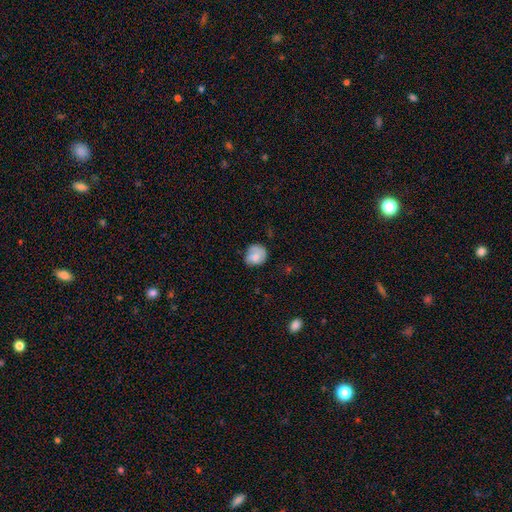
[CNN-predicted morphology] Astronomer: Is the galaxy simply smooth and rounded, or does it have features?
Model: smooth — 68%.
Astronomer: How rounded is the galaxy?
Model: round — 72%.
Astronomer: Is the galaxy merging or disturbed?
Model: none — 57%.